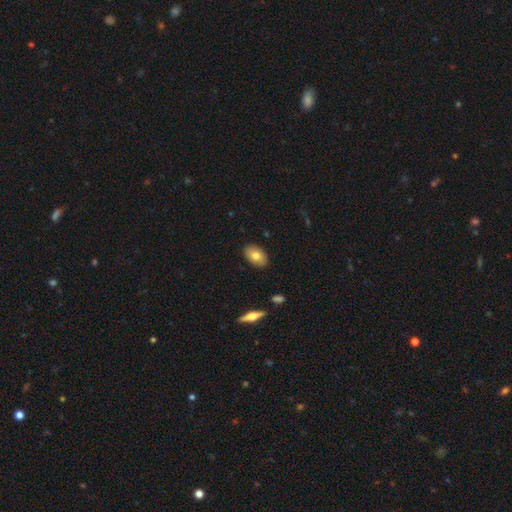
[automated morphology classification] Smooth or featured? smooth (75%)
How rounded? in between (90%)
Merging? none (88%)